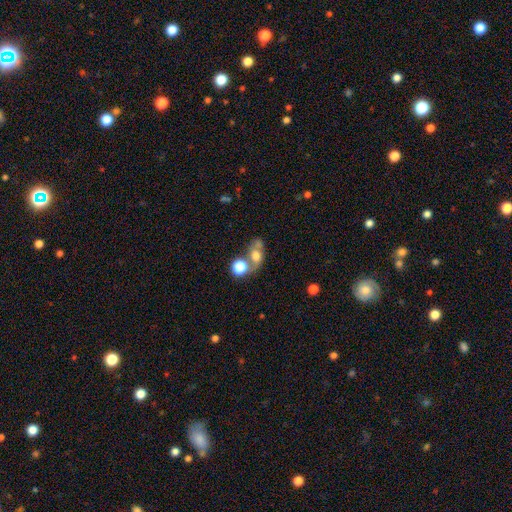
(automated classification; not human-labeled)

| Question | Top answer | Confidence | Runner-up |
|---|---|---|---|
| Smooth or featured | smooth | 55% | featured or disk (31%) |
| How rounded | in between | 52% | round (45%) |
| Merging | merger | 40% | none (37%) |